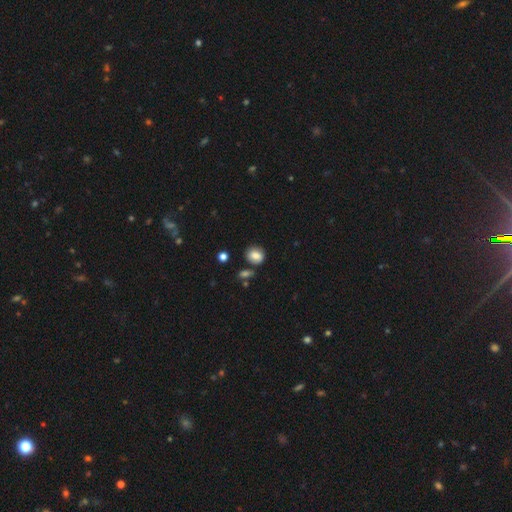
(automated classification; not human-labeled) The model was most divided on "how rounded": round: 60%, in between: 38%, cigar-shaped: 1%. More confident: smooth or featured — smooth (80%); merging — none (73%).